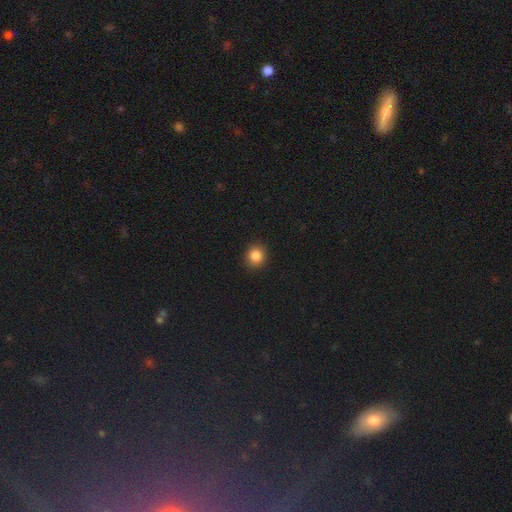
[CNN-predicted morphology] smooth 86%, star or artifact 11%, featured or disk 4%. Down the decision tree: how rounded — round (86%); merging — none (90%).